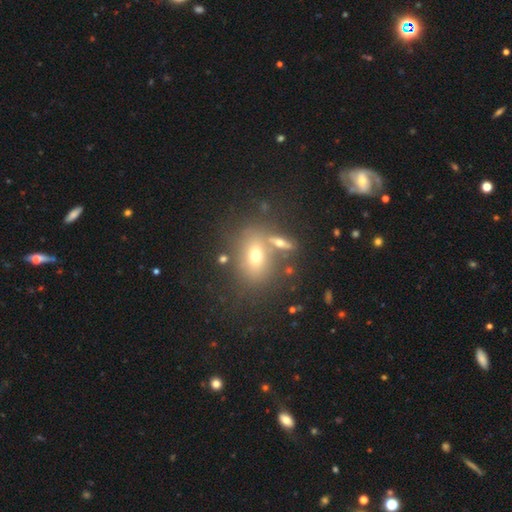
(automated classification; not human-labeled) Overall: smooth (62%; featured or disk 23%). How rounded: in between (68%; round 28%). Merging: none (62%).